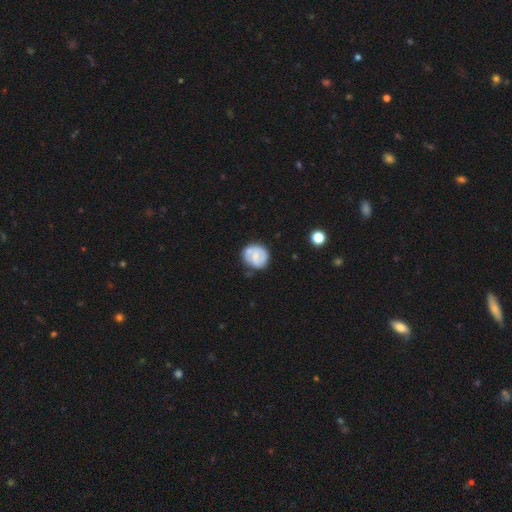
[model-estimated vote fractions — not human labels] A featured or disk galaxy (54%) with no bar (54%), spiral arms (72%) and a small central bulge (46%).

Vote fractions:
- Smooth or featured? featured or disk: 54% / smooth: 40% / star or artifact: 6%
- Edge-on disk? no: 98% / yes: 2%
- Bar? no: 54% / weak: 37% / strong: 9%
- Spiral arms? yes: 72% / no: 28%
- Bulge size? small: 46% / none: 25% / moderate: 25% / large: 2% / dominant: 1%
- Merging? none: 66% / minor disturbance: 22% / major disturbance: 7% / merger: 5%